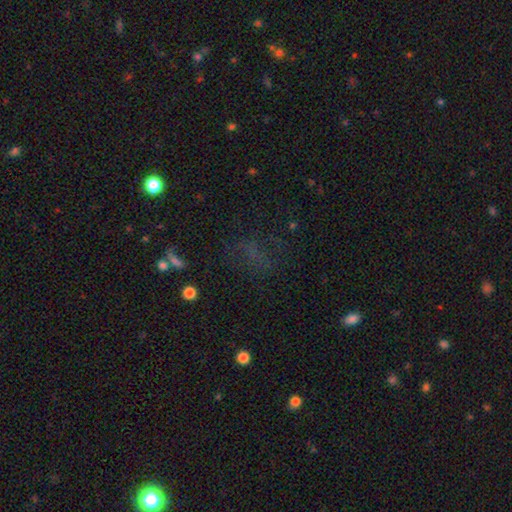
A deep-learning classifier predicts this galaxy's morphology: type=star or artifact (41%).